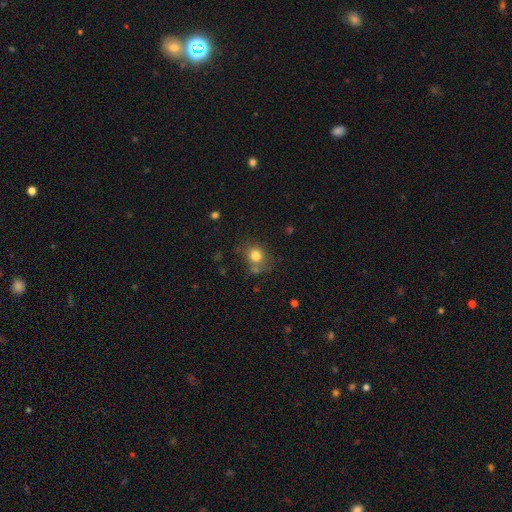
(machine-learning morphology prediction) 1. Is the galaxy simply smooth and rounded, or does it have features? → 80% smooth, 12% star or artifact, 8% featured or disk.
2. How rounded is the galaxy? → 80% round, 19% in between, 1% cigar-shaped.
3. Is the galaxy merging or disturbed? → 69% none, 15% minor disturbance, 11% merger, 5% major disturbance.